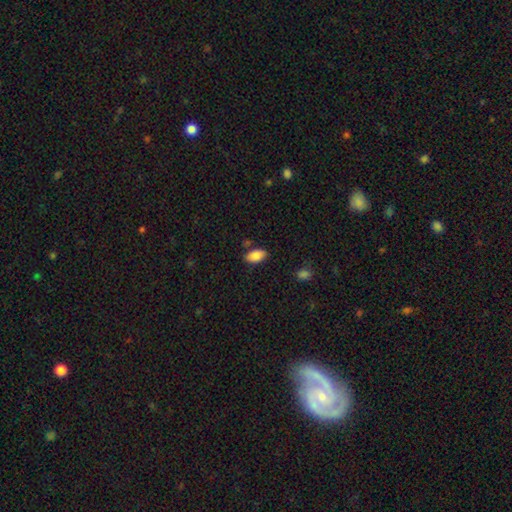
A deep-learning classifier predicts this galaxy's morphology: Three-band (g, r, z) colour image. It shows a smooth galaxy with no disk features (87%) that is in between round and cigar-shaped (93%). Merging: none (81%).